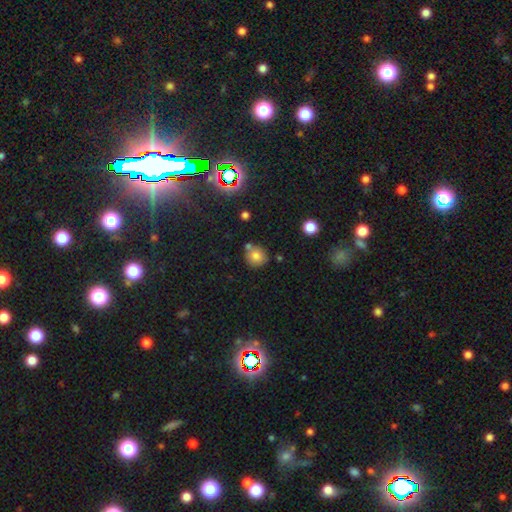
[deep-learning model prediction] Smooth or featured? smooth (75%)
How rounded? round (89%)
Merging? none (70%)